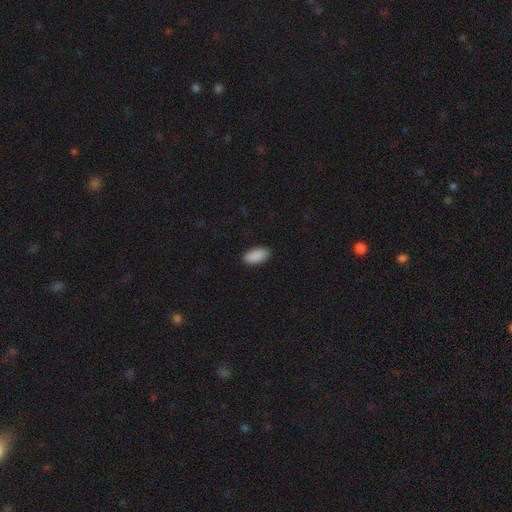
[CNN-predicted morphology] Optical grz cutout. It shows a smooth galaxy with no disk features (90%) that is in between round and cigar-shaped (93%). Merging: none (89%).